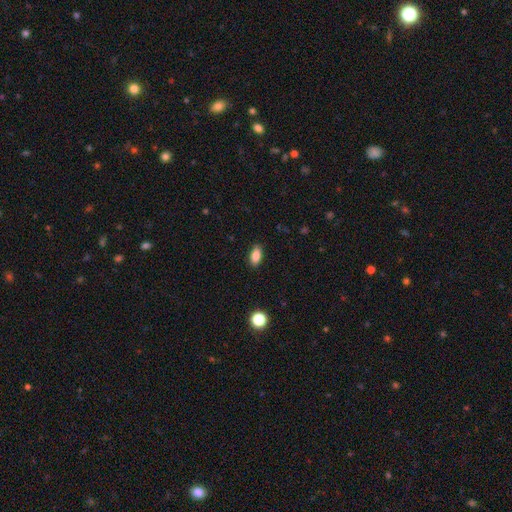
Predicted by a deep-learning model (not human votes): Smooth or featured? smooth (85%)
How rounded? in between (89%)
Merging? none (89%)